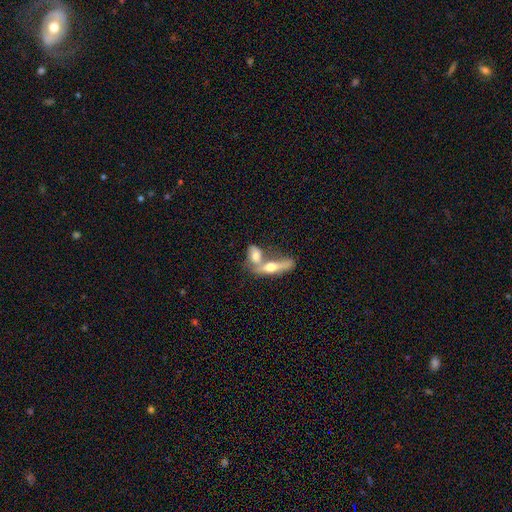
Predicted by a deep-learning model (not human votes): Smooth or featured? Predicted: smooth (p=0.48). Merging? Predicted: merger (p=0.65).